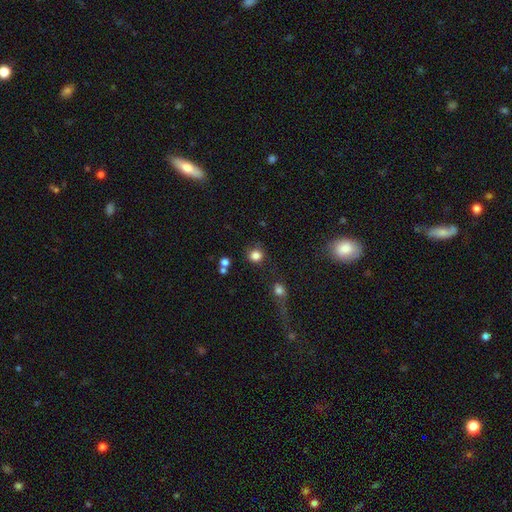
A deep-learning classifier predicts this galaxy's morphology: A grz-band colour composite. It shows a smooth galaxy with no disk features (83%) that is round (84%). Merging: none (76%).